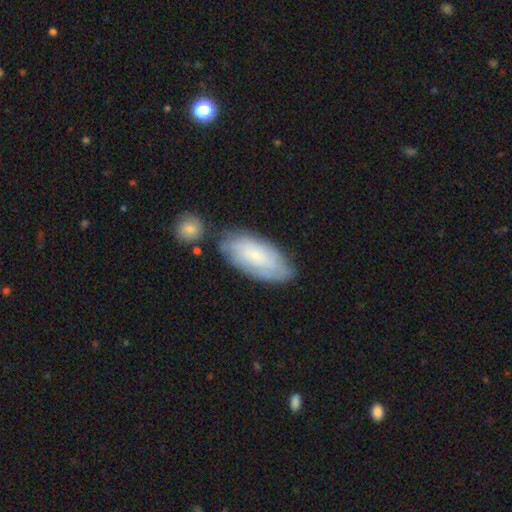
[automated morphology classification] smooth-or-featured: smooth: 54% | featured or disk: 40% | star or artifact: 7%
  how-rounded: in between: 87% | cigar-shaped: 10% | round: 2%
  merging: none: 67% | minor disturbance: 19% | merger: 8% | major disturbance: 5%